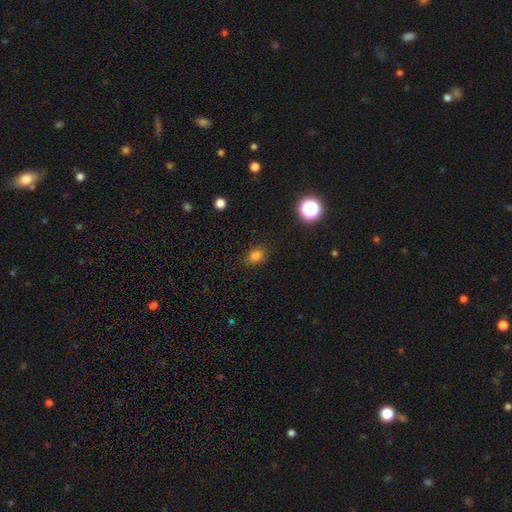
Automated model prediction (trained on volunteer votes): Q: Smooth or featured?
A: smooth (79%); runner-up: star or artifact (16%)
Q: How rounded?
A: round (56%); runner-up: in between (43%)
Q: Merging?
A: none (84%); runner-up: minor disturbance (11%)